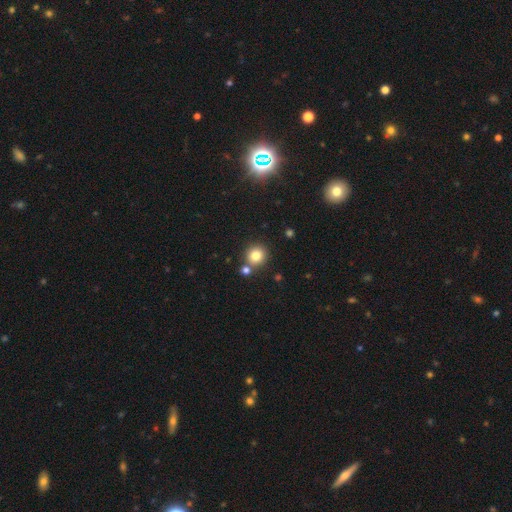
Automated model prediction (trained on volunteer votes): Smooth or featured? smooth (81%)
How rounded? round (91%)
Merging? none (75%)